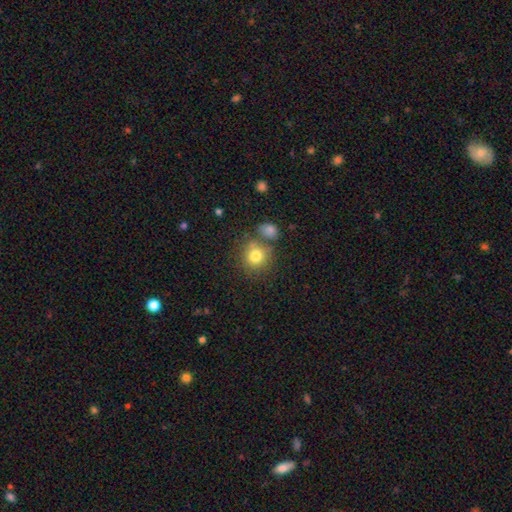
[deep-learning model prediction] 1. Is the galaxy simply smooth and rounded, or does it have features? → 79% smooth, 11% star or artifact, 10% featured or disk.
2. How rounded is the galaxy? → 87% round, 12% in between, 1% cigar-shaped.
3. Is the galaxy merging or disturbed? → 66% none, 17% merger, 13% minor disturbance, 5% major disturbance.